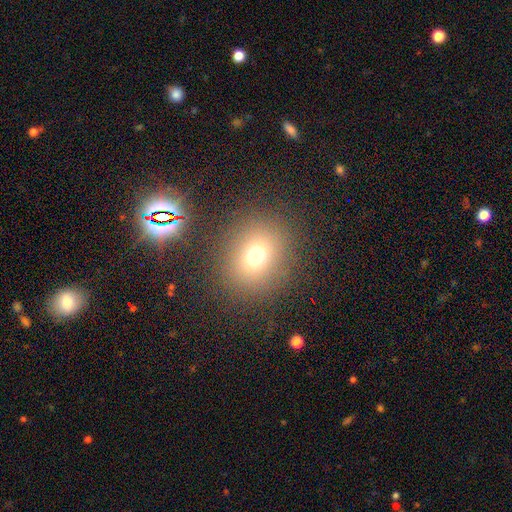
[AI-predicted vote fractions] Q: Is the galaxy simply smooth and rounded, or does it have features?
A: smooth — 69%.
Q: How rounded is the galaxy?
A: round — 76%.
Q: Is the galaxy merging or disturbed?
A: none — 85%.